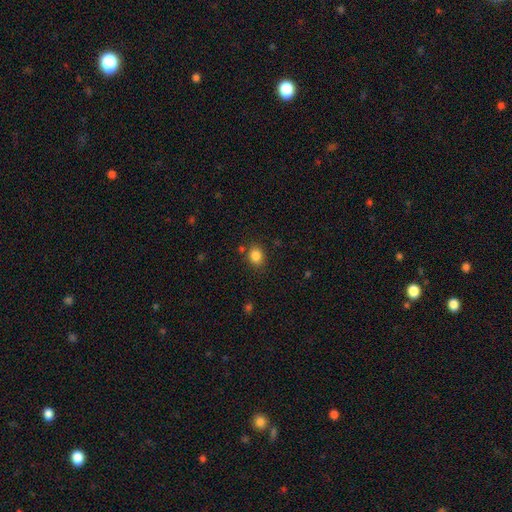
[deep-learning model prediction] The model was most divided on "how rounded": round: 63%, in between: 36%, cigar-shaped: 1%. More confident: smooth or featured — smooth (84%); merging — none (81%).